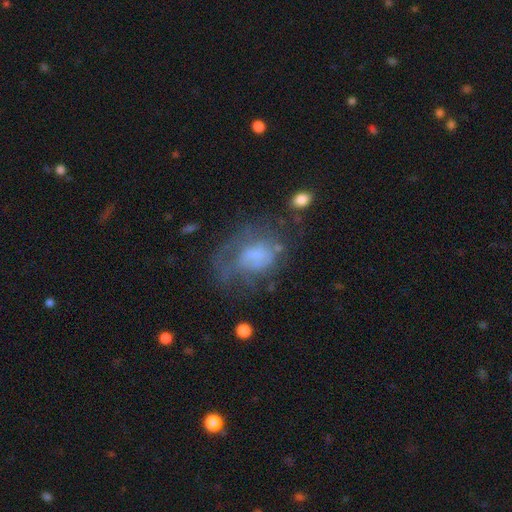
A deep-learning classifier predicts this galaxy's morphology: Smooth or featured?
  - featured or disk: 47% *
  - smooth: 41%
  - star or artifact: 12%
Merging?
  - major disturbance: 40% *
  - none: 32%
  - minor disturbance: 23%
  - merger: 6%